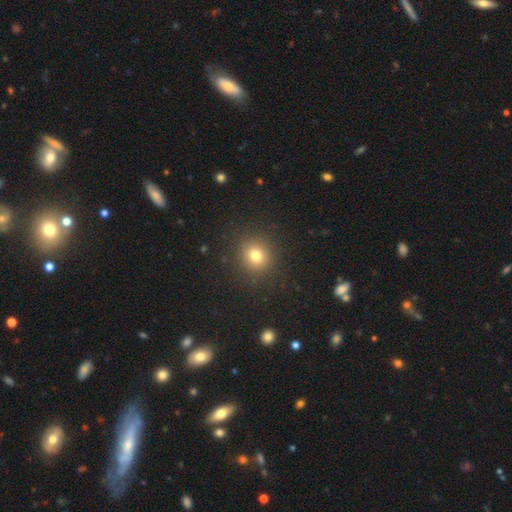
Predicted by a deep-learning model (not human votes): Q: Smooth or featured?
A: smooth (77%); runner-up: star or artifact (16%)
Q: How rounded?
A: round (88%); runner-up: in between (11%)
Q: Merging?
A: none (90%); runner-up: minor disturbance (6%)